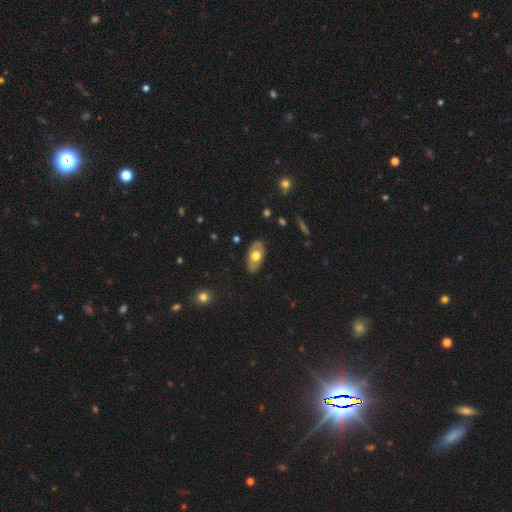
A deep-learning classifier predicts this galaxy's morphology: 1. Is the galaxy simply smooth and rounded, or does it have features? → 51% smooth, 44% featured or disk, 6% star or artifact.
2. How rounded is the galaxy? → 91% in between, 5% round, 4% cigar-shaped.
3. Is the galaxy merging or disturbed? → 83% none, 13% minor disturbance, 3% major disturbance, 1% merger.